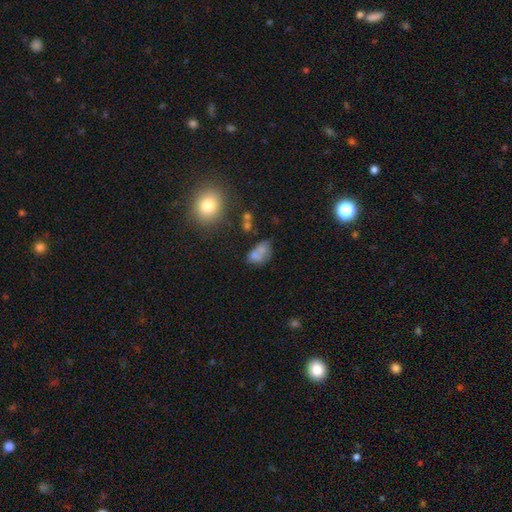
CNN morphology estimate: A smooth galaxy with no disk features (66%) that is in between round and cigar-shaped (73%).

Vote fractions:
- Smooth or featured? smooth: 66% / featured or disk: 20% / star or artifact: 13%
- How rounded? in between: 73% / round: 26% / cigar-shaped: 2%
- Merging? merger: 43% / none: 31% / minor disturbance: 16% / major disturbance: 10%